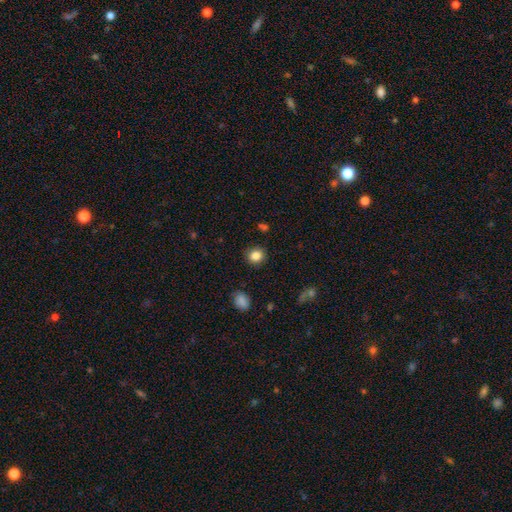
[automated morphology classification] Q: Smooth or featured?
A: smooth (84%); runner-up: star or artifact (11%)
Q: How rounded?
A: round (81%); runner-up: in between (19%)
Q: Merging?
A: none (88%); runner-up: minor disturbance (8%)